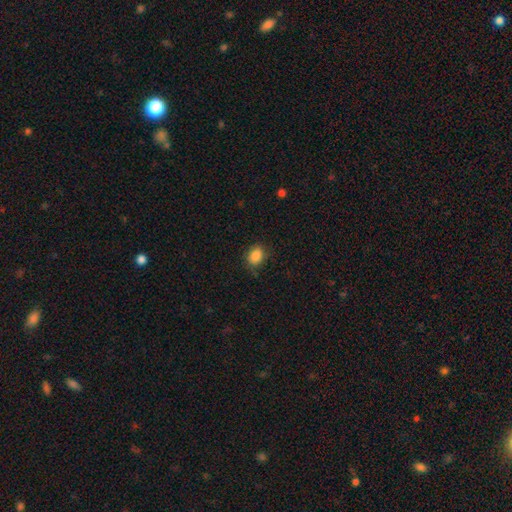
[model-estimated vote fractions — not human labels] Smooth or featured?
  - smooth: 87% *
  - star or artifact: 9%
  - featured or disk: 4%
How rounded?
  - in between: 72% *
  - round: 27%
  - cigar-shaped: 1%
Merging?
  - none: 82% *
  - minor disturbance: 13%
  - major disturbance: 3%
  - merger: 1%